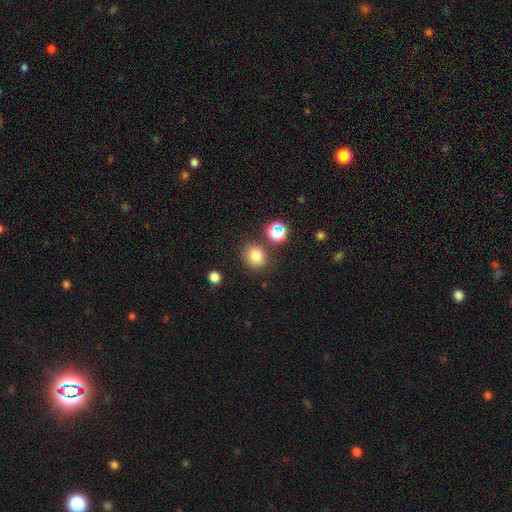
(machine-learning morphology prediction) smooth_or_featured: smooth (p=0.78) [alt: star or artifact p=0.15]
how_rounded: round (p=0.78) [alt: in between p=0.21]
merging: none (p=0.81) [alt: minor disturbance p=0.09]